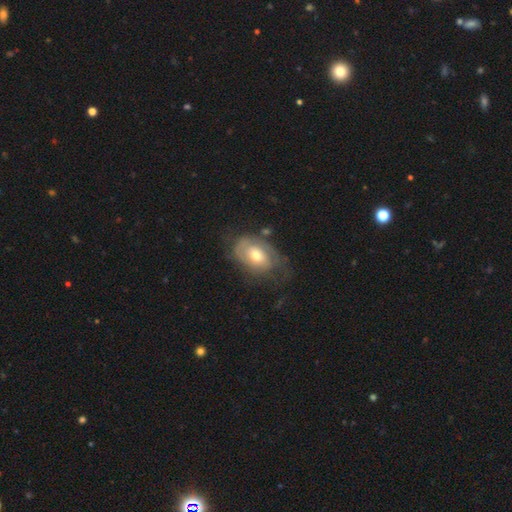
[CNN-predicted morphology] This appears to be a featured or disk galaxy (57%) with no bar (69%), spiral arms (63%) and a moderate central bulge (71%). Merging: none (50%).